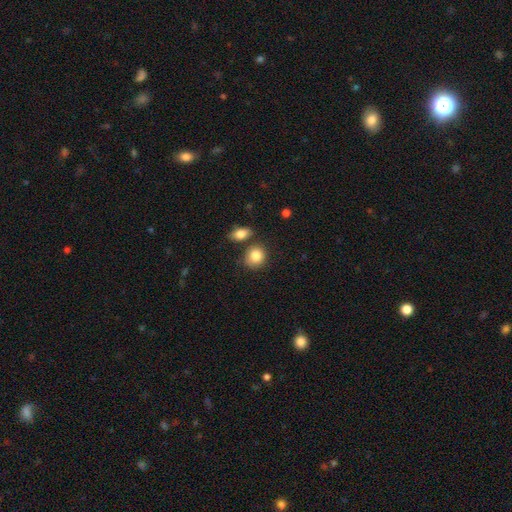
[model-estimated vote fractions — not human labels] smooth_or_featured: smooth (p=0.84) [alt: star or artifact p=0.08]
how_rounded: round (p=0.73) [alt: in between p=0.26]
merging: none (p=0.69) [alt: minor disturbance p=0.15]